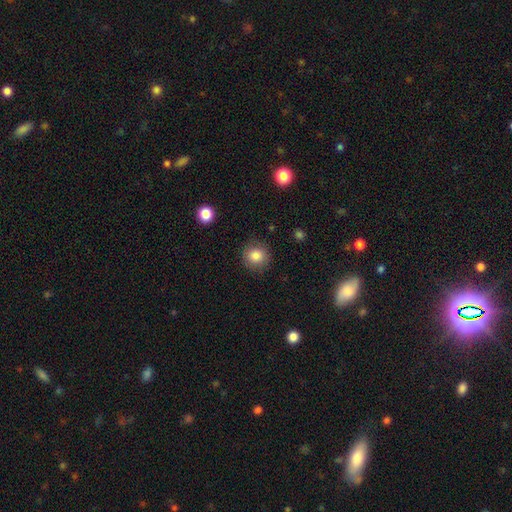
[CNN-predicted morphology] Smooth or featured: smooth — 84% (star or artifact — 10%)
How rounded: round — 90% (in between — 9%)
Merging: none — 87% (minor disturbance — 9%)